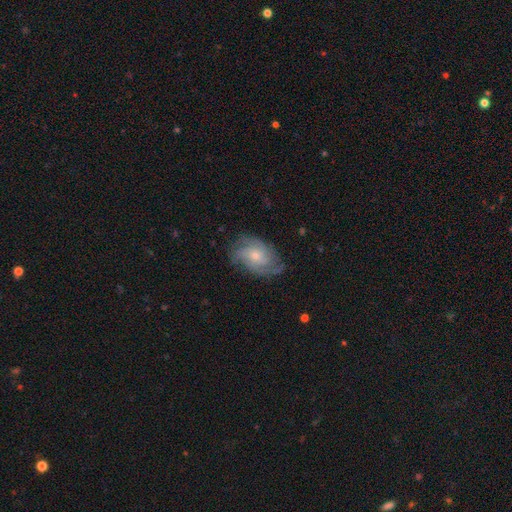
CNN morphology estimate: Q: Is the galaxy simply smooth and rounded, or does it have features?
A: featured or disk — 76%.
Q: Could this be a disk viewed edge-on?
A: no — 97%.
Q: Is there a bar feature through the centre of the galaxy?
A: no — 73%.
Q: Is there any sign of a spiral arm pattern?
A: yes — 94%.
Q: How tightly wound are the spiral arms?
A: tight — 46%.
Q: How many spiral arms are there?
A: can't tell — 28%.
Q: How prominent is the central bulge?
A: small — 60%.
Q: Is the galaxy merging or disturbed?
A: none — 71%.